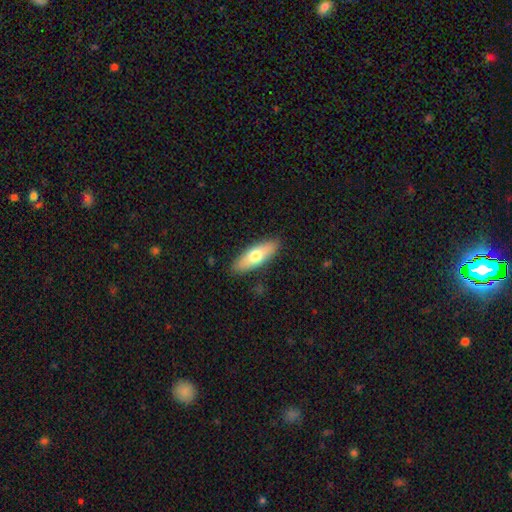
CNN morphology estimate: Smooth or featured?
  - smooth: 67% *
  - featured or disk: 27%
  - star or artifact: 6%
How rounded?
  - in between: 59% *
  - cigar-shaped: 39%
  - round: 2%
Merging?
  - none: 87% *
  - minor disturbance: 10%
  - major disturbance: 2%
  - merger: 1%